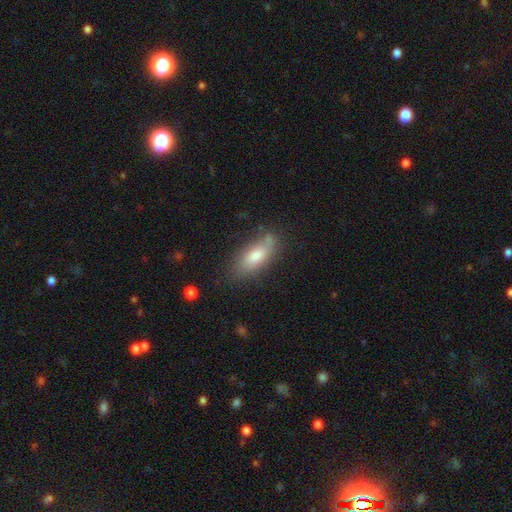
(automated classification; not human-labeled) Smooth or featured? smooth (71%)
How rounded? in between (76%)
Merging? none (68%)